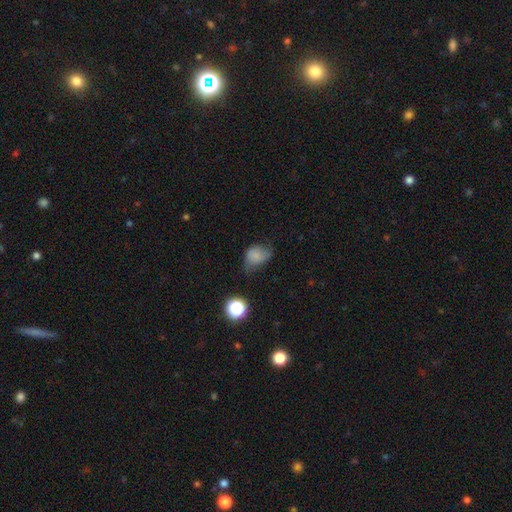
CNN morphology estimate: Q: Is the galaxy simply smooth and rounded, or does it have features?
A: smooth — 69%.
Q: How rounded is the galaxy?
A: in between — 63%.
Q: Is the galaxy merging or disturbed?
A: minor disturbance — 40%.